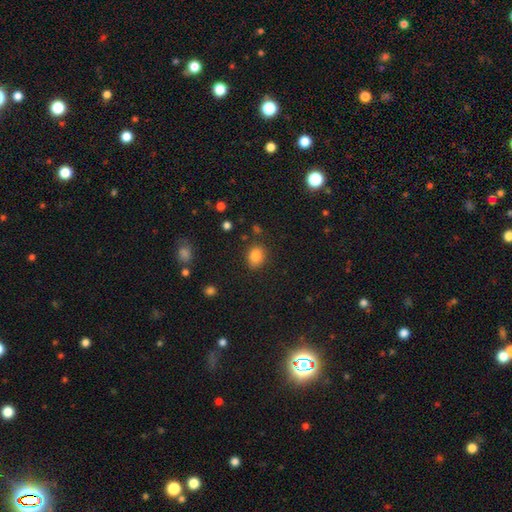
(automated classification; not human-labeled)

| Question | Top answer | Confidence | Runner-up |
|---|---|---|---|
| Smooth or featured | smooth | 84% | star or artifact (11%) |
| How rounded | round | 53% | in between (46%) |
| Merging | none | 82% | minor disturbance (12%) |